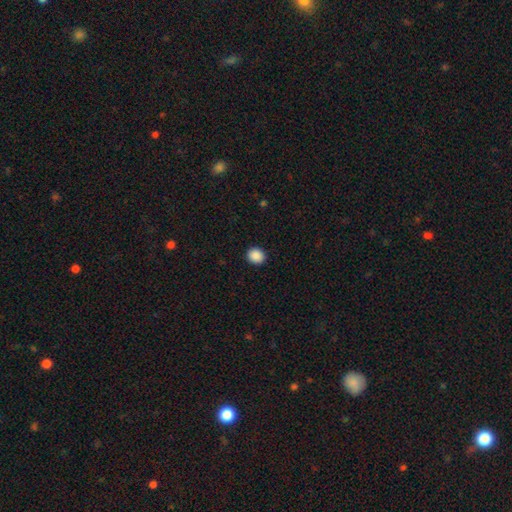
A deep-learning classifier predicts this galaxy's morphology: The model was most divided on "how rounded": round: 79%, in between: 20%, cigar-shaped: 1%. More confident: merging — none (92%); smooth or featured — smooth (89%).